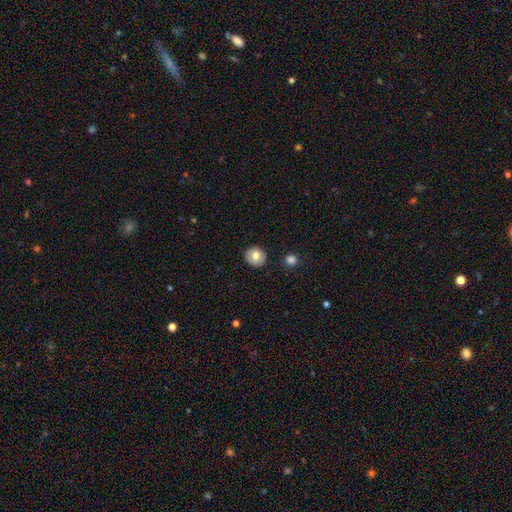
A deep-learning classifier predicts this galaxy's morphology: Smooth or featured? smooth (74%)
How rounded? round (86%)
Merging? none (89%)